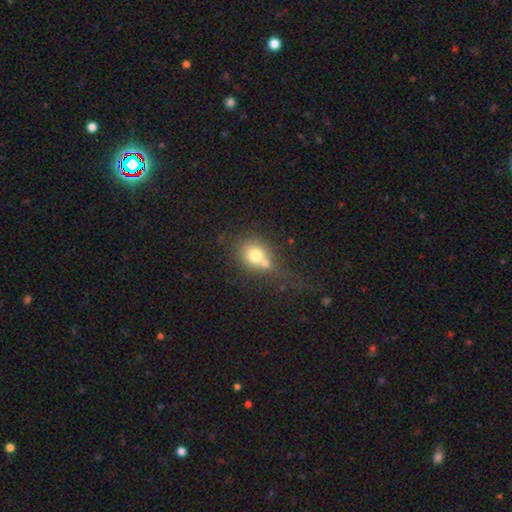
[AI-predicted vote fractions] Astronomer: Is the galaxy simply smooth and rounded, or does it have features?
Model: smooth — 71%.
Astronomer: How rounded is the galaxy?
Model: round — 63%.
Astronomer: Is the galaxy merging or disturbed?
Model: merger — 44% (runner-up: none, 36%).